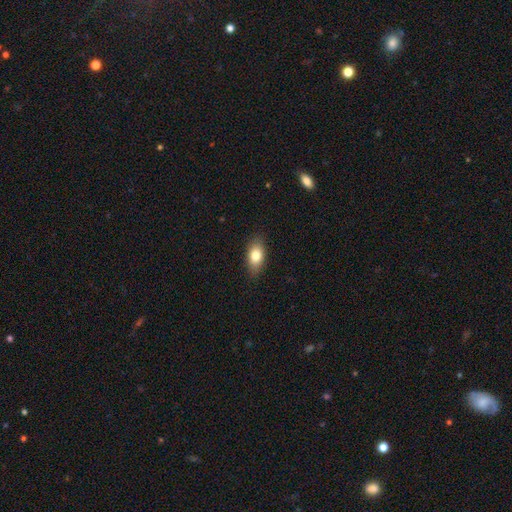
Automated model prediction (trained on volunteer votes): Smooth or featured? Predicted: smooth (p=0.79). How rounded? Predicted: in between (p=0.86). Merging? Predicted: none (p=0.85).